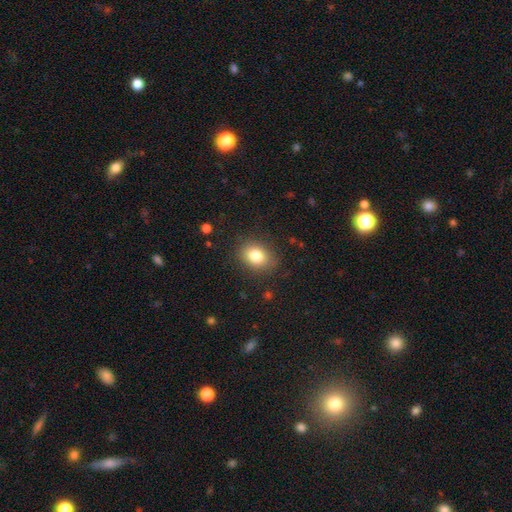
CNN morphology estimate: The model was most divided on "how rounded": in between: 57%, round: 43%, cigar-shaped: 1%. More confident: merging — none (86%); smooth or featured — smooth (82%).